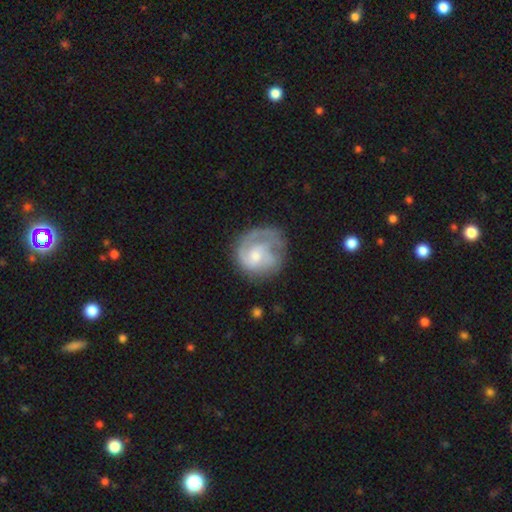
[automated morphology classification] Q: Smooth or featured?
A: featured or disk (70%); runner-up: smooth (24%)
Q: Edge-on disk?
A: no (98%); runner-up: yes (2%)
Q: Bar?
A: no (63%); runner-up: weak (32%)
Q: Spiral arms?
A: yes (87%); runner-up: no (13%)
Q: Spiral winding?
A: tight (46%); runner-up: medium (37%)
Q: Spiral arm count?
A: 2 (36%); runner-up: can't tell (25%)
Q: Bulge size?
A: small (50%); runner-up: moderate (41%)
Q: Merging?
A: none (61%); runner-up: minor disturbance (21%)